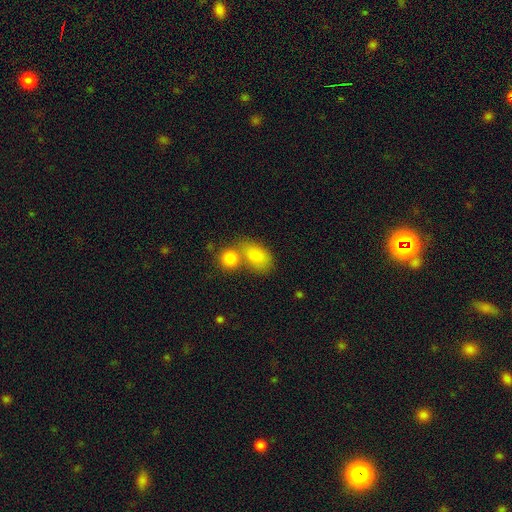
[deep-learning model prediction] smooth-or-featured: smooth: 81% | featured or disk: 11% | star or artifact: 9%
  how-rounded: in between: 78% | round: 21% | cigar-shaped: 2%
  merging: merger: 48% | none: 38% | minor disturbance: 10% | major disturbance: 4%